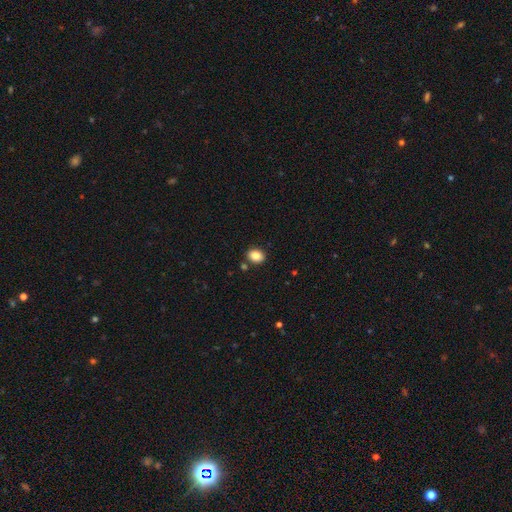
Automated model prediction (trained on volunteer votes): Morphology: type=smooth (86%); roundness=in between (62%); merging=none (84%).